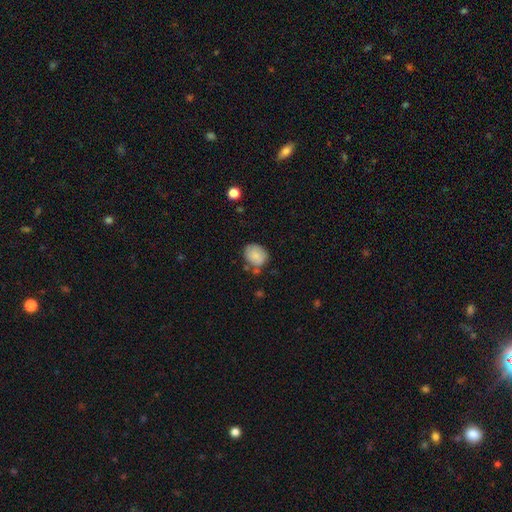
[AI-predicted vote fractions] smooth-or-featured: smooth: 85% | star or artifact: 8% | featured or disk: 7%
  how-rounded: round: 56% | in between: 43% | cigar-shaped: 1%
  merging: none: 66% | minor disturbance: 22% | merger: 7% | major disturbance: 5%